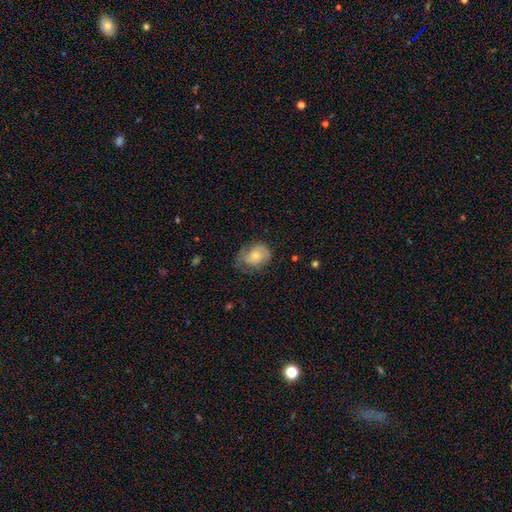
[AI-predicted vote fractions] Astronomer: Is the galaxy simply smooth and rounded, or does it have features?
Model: smooth — 53% (runner-up: featured or disk, 39%).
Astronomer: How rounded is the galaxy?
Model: in between — 57% (runner-up: round, 42%).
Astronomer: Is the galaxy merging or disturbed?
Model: none — 44% (runner-up: minor disturbance, 33%).